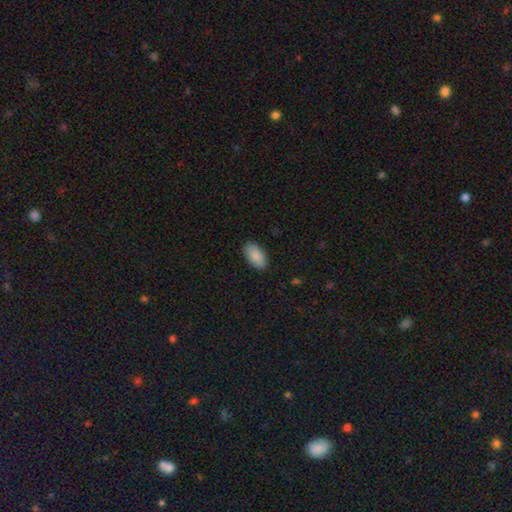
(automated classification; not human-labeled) This is clearly a smooth galaxy (89%). How rounded: clearly in between (94%). Merging: clearly none (88%).